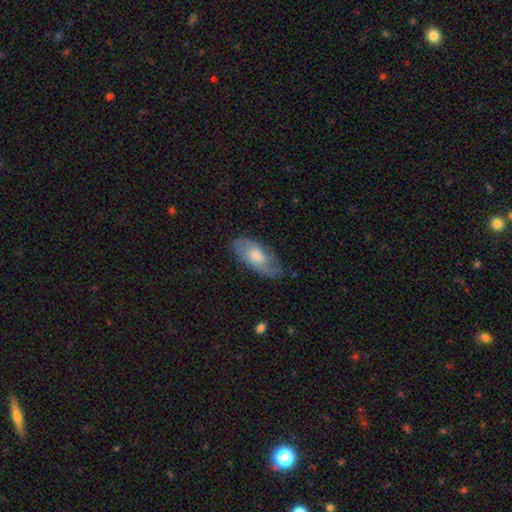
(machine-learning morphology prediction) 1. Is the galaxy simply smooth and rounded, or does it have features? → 47% featured or disk, 46% smooth, 7% star or artifact.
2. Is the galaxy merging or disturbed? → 71% none, 22% minor disturbance, 6% major disturbance, 1% merger.